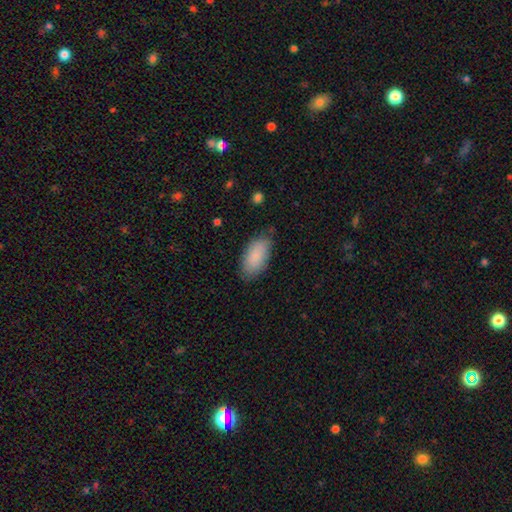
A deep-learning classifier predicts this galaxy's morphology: A smooth galaxy with no disk features (88%) that is in between round and cigar-shaped (93%). Merging: none (78%).